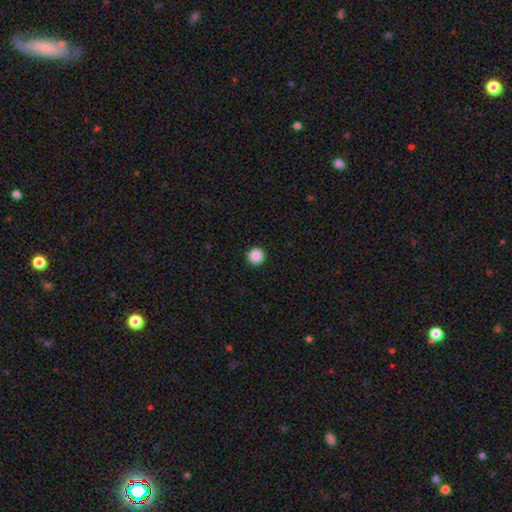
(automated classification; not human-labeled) Overall: smooth (88%). How rounded: round (96%). Merging: none (93%).